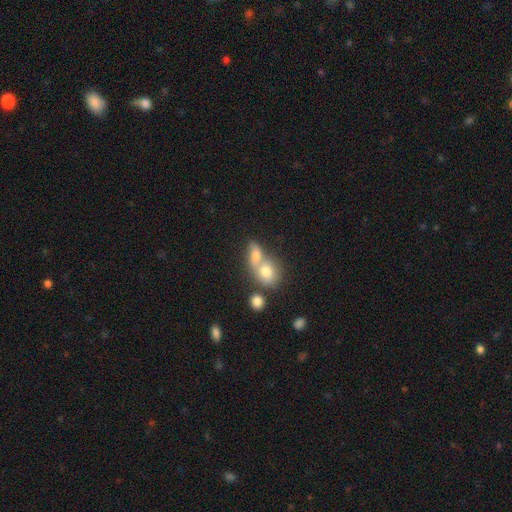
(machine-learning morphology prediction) smooth_or_featured: smooth (p=0.73) [alt: featured or disk p=0.17]
how_rounded: in between (p=0.58) [alt: round p=0.38]
merging: merger (p=0.64) [alt: none p=0.24]